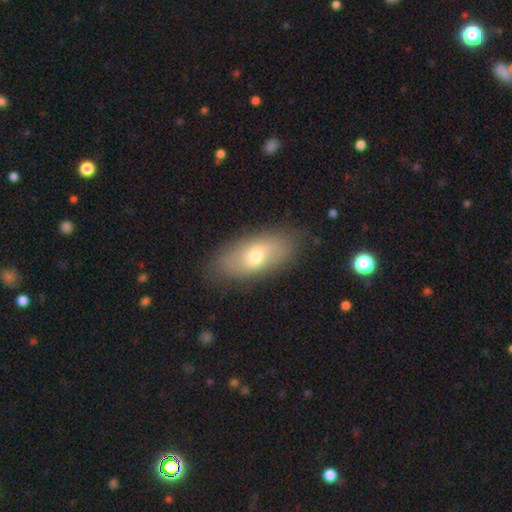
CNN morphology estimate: A smooth galaxy with no disk features (62%) that is in between round and cigar-shaped (88%). Merging: none (83%).